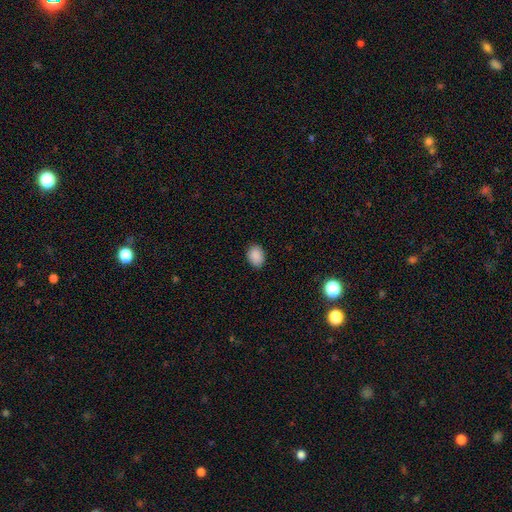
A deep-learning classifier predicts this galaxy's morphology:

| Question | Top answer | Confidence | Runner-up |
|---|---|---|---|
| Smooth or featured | smooth | 89% | star or artifact (8%) |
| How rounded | in between | 72% | round (27%) |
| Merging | none | 87% | minor disturbance (10%) |